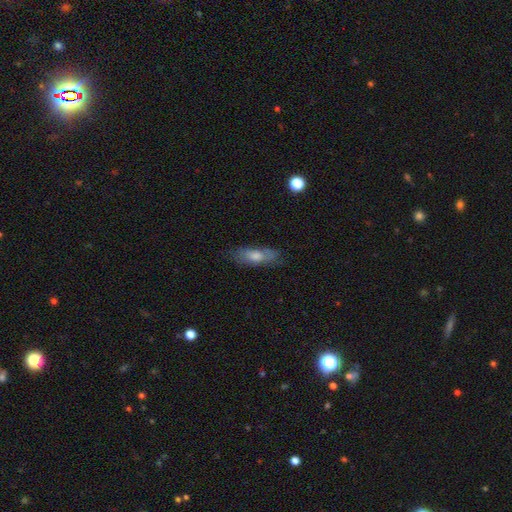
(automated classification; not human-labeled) Smooth or featured? smooth (56%)
How rounded? in between (54%)
Merging? none (74%)